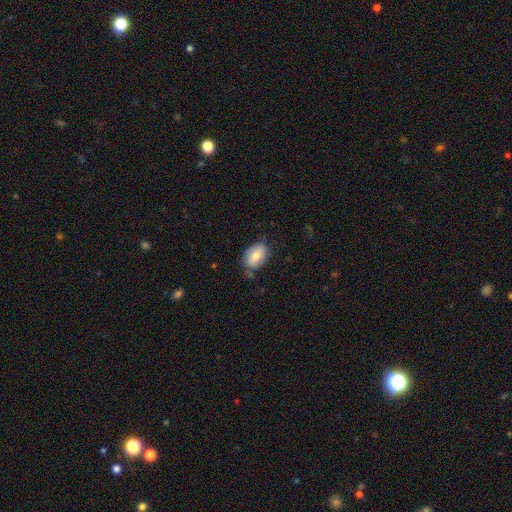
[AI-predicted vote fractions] Smooth or featured? Predicted: smooth (p=0.75). How rounded? Predicted: in between (p=0.89). Merging? Predicted: none (p=0.71).